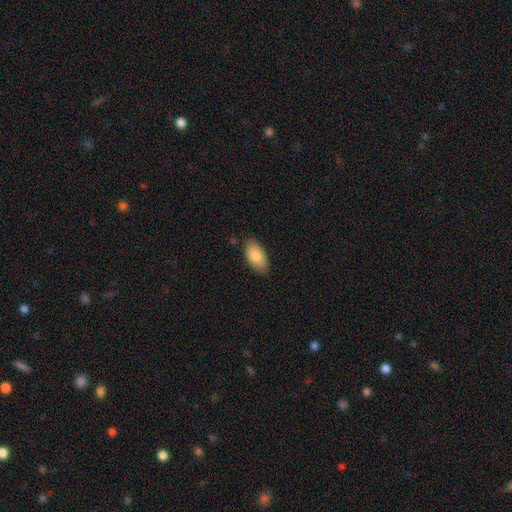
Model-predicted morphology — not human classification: Smooth or featured?
  - smooth: 86% *
  - featured or disk: 8%
  - star or artifact: 6%
How rounded?
  - in between: 94% *
  - cigar-shaped: 3%
  - round: 3%
Merging?
  - none: 83% *
  - minor disturbance: 14%
  - major disturbance: 3%
  - merger: 1%